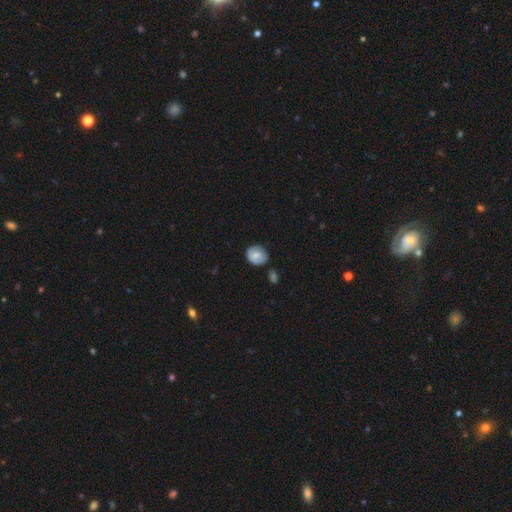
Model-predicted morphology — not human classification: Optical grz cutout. It shows a smooth galaxy with no disk features (70%) that is round (63%). Merging: none (66%).